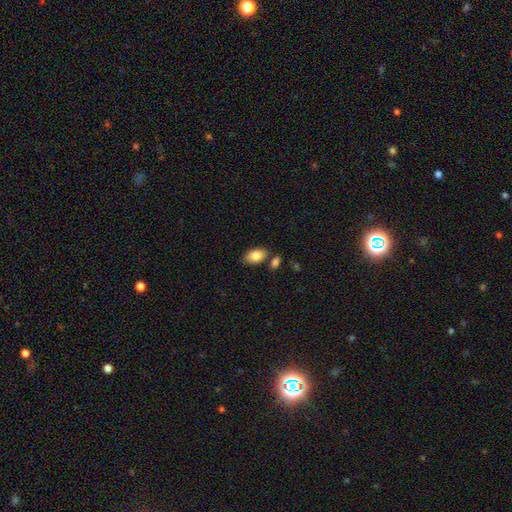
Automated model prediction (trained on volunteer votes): The model was most divided on "merging": none: 74%, minor disturbance: 12%, merger: 11%, major disturbance: 3%. More confident: how rounded — in between (92%); smooth or featured — smooth (84%).